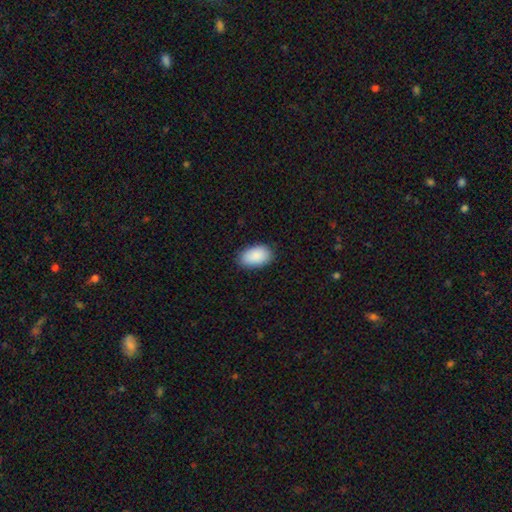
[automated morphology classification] Smooth or featured: smooth — 90% (star or artifact — 6%)
How rounded: in between — 94% (round — 4%)
Merging: none — 84% (minor disturbance — 13%)